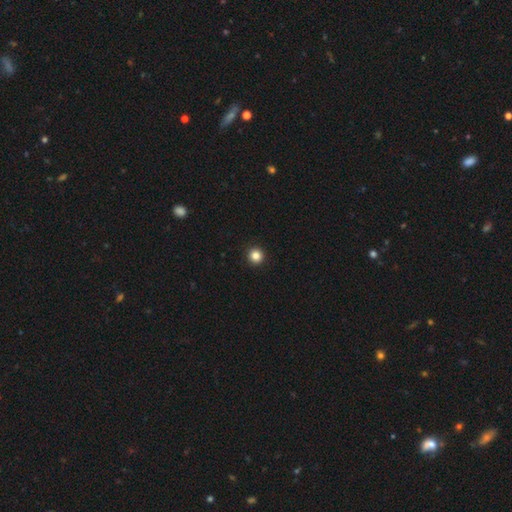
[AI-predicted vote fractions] This appears to be a smooth galaxy with no disk features (85%) that is round (96%). Merging: none (94%).